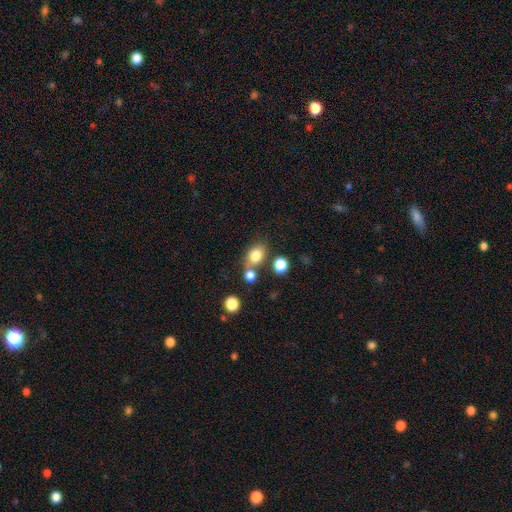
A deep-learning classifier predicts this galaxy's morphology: This is clearly a smooth galaxy (81%). How rounded: possibly in between (60%). Merging: possibly none (59%).